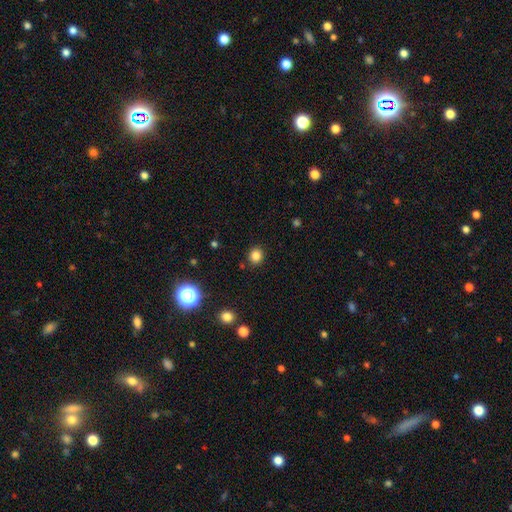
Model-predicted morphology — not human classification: smooth 82%, star or artifact 13%, featured or disk 5%. Down the decision tree: how rounded — round (80%); merging — none (89%).